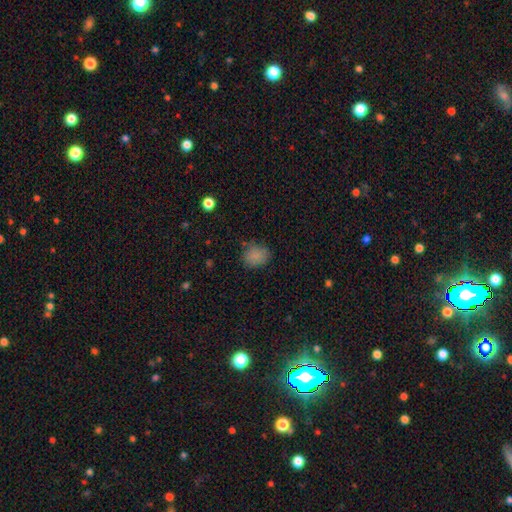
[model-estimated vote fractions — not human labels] This is clearly a smooth galaxy (84%). How rounded: possibly round (57%). Merging: likely none (76%).